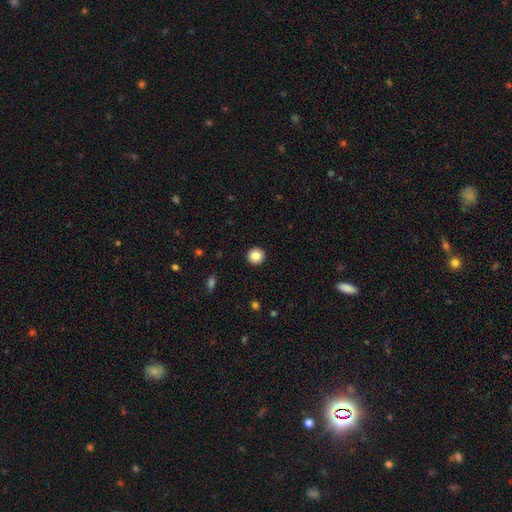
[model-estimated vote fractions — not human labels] smooth-or-featured: smooth: 86% | star or artifact: 10% | featured or disk: 5%
  how-rounded: round: 96% | in between: 3% | cigar-shaped: 1%
  merging: none: 93% | minor disturbance: 4% | major disturbance: 2% | merger: 1%